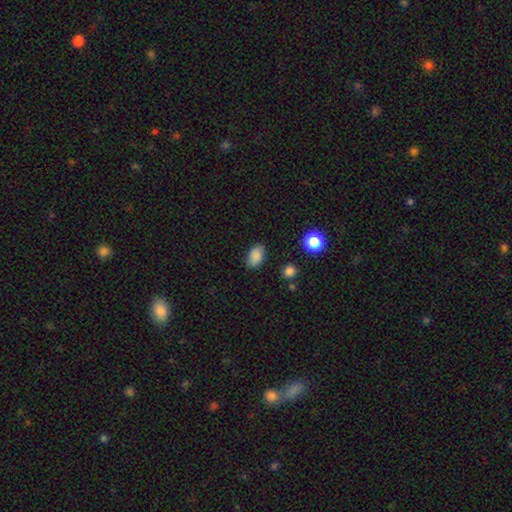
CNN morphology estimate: smooth_or_featured: smooth (p=0.85) [alt: star or artifact p=0.10]
how_rounded: in between (p=0.85) [alt: round p=0.13]
merging: none (p=0.81) [alt: minor disturbance p=0.14]